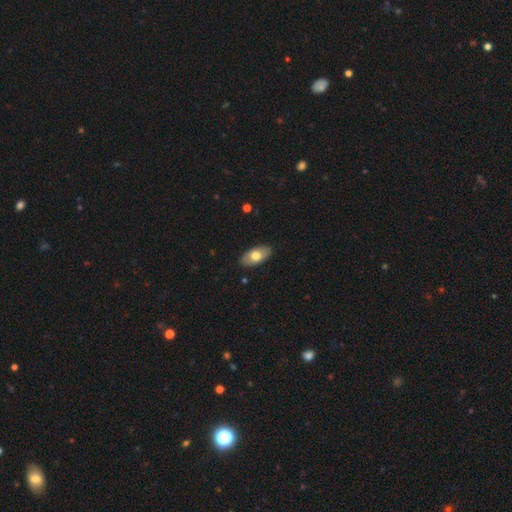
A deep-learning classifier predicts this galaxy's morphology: smooth-or-featured: smooth: 70% | featured or disk: 24% | star or artifact: 6%
  how-rounded: in between: 93% | round: 3% | cigar-shaped: 3%
  merging: none: 88% | minor disturbance: 10% | major disturbance: 2% | merger: 1%